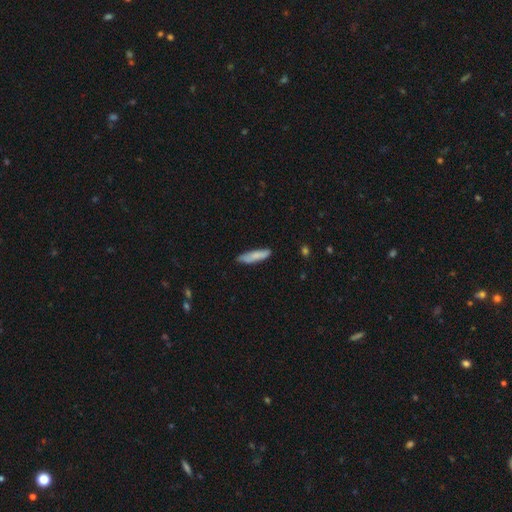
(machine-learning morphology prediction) A smooth galaxy with no disk features (80%) that is cigar-shaped (77%). Merging: none (80%).